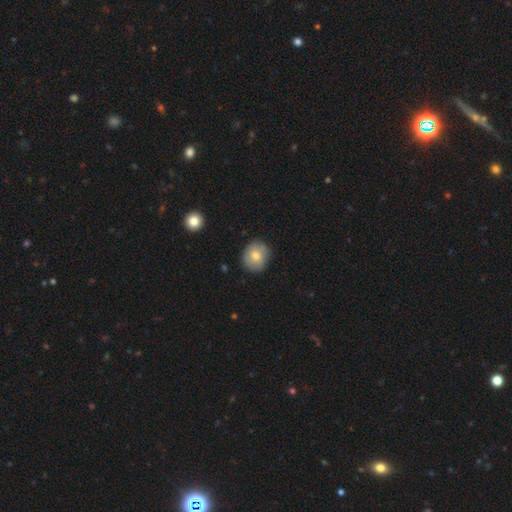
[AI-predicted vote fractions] Q: Smooth or featured?
A: smooth (73%); runner-up: featured or disk (19%)
Q: How rounded?
A: round (70%); runner-up: in between (29%)
Q: Merging?
A: none (83%); runner-up: minor disturbance (13%)